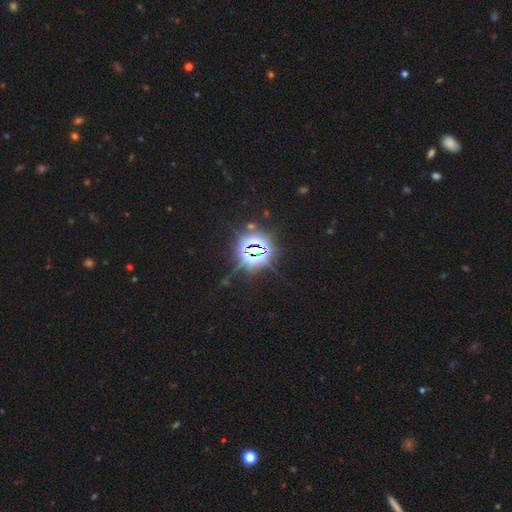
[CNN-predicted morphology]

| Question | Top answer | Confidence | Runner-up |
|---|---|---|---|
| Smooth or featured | star or artifact | 85% | smooth (9%) |